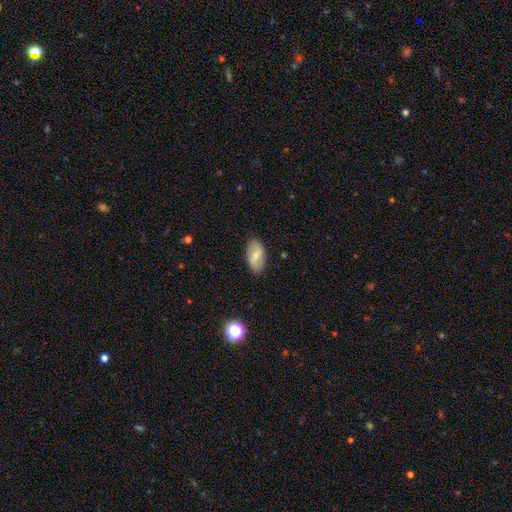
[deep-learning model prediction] smooth-or-featured: smooth: 67% | featured or disk: 26% | star or artifact: 7%
  how-rounded: in between: 94% | round: 4% | cigar-shaped: 3%
  merging: none: 87% | minor disturbance: 10% | major disturbance: 2% | merger: 1%